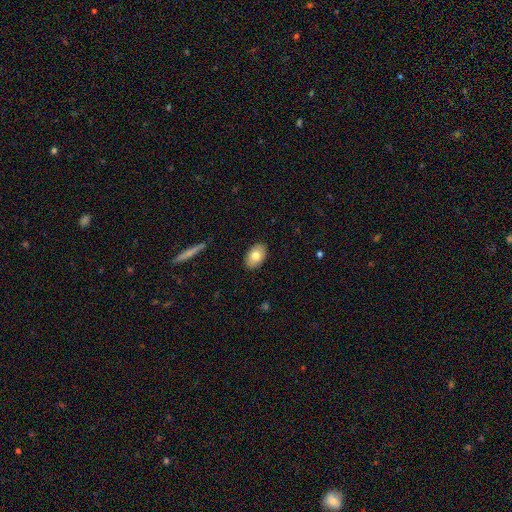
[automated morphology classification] Q: Smooth or featured?
A: smooth (77%); runner-up: featured or disk (16%)
Q: How rounded?
A: in between (90%); runner-up: round (9%)
Q: Merging?
A: none (88%); runner-up: minor disturbance (9%)